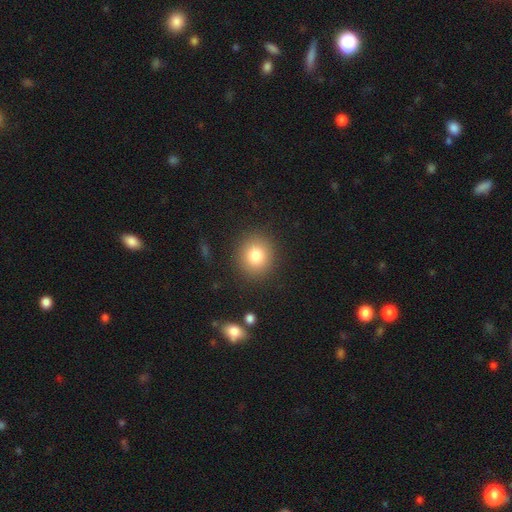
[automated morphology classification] Smooth or featured? smooth (81%)
How rounded? round (85%)
Merging? none (89%)